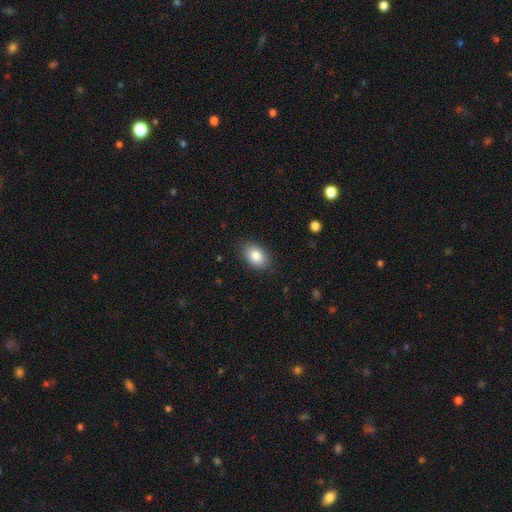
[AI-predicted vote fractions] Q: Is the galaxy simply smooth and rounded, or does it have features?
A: smooth — 85%.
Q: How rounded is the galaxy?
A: in between — 87%.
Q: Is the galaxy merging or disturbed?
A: none — 87%.